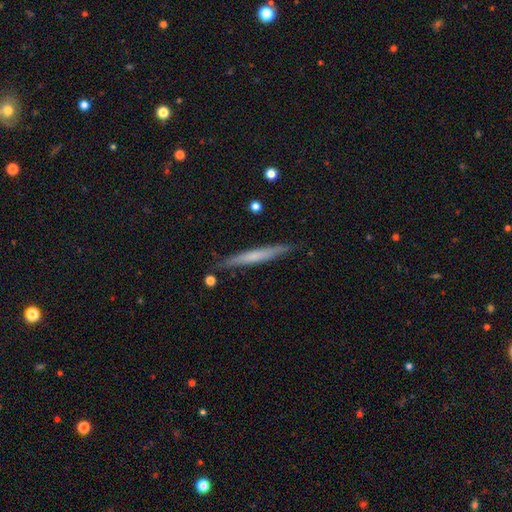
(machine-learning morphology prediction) Smooth or featured? smooth (54%)
How rounded? cigar-shaped (96%)
Merging? none (86%)